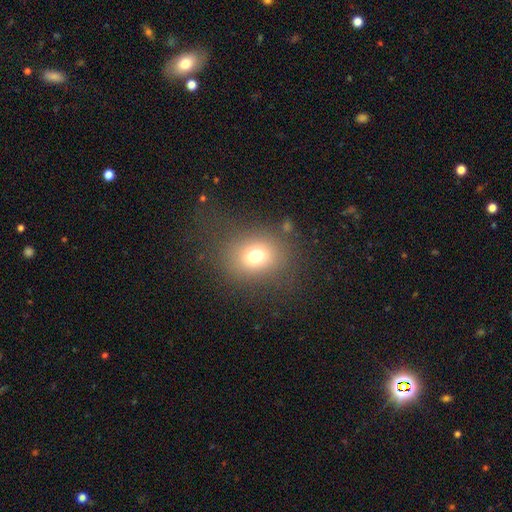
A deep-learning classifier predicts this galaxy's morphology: This appears to be a smooth galaxy with no disk features (72%) that is round (60%). Merging: none (78%).